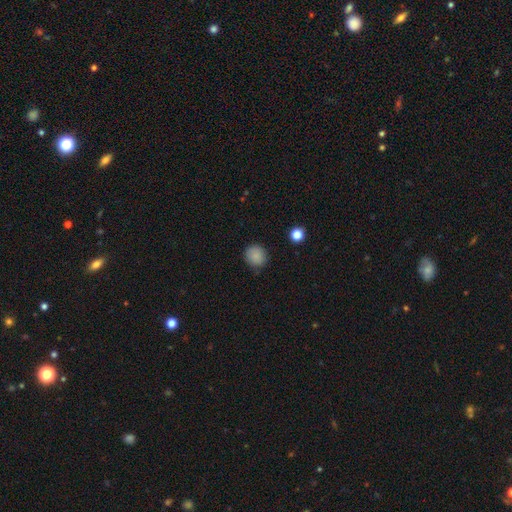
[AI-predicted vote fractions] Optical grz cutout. It shows a smooth galaxy with no disk features (86%) that is round (90%). Merging: none (82%).